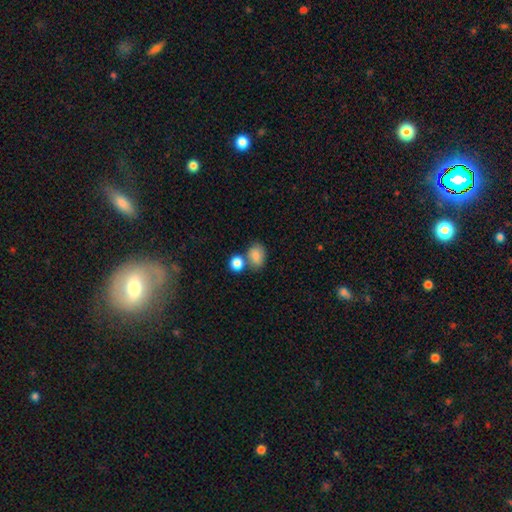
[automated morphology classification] A smooth galaxy with no disk features (84%) that is in between round and cigar-shaped (67%).

Vote fractions:
- Smooth or featured? smooth: 84% / star or artifact: 9% / featured or disk: 8%
- How rounded? in between: 67% / round: 32% / cigar-shaped: 1%
- Merging? none: 50% / merger: 32% / minor disturbance: 14% / major disturbance: 5%